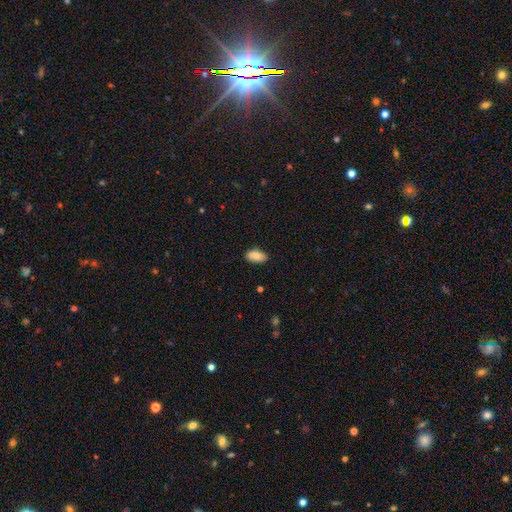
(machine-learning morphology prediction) Overall: smooth (86%). How rounded: in between (93%). Merging: none (84%).